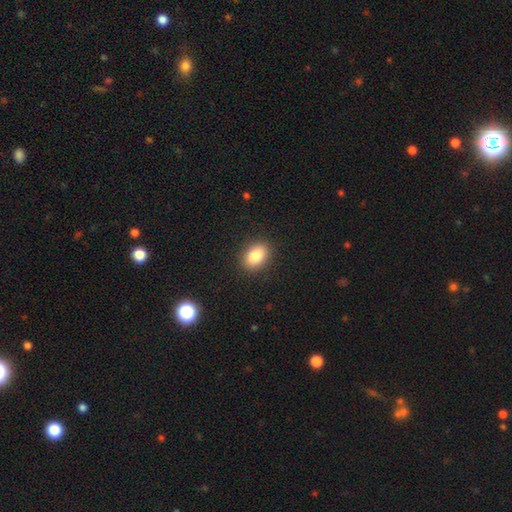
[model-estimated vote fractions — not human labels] Q: Smooth or featured?
A: smooth (84%); runner-up: star or artifact (9%)
Q: How rounded?
A: in between (76%); runner-up: round (22%)
Q: Merging?
A: none (89%); runner-up: minor disturbance (8%)